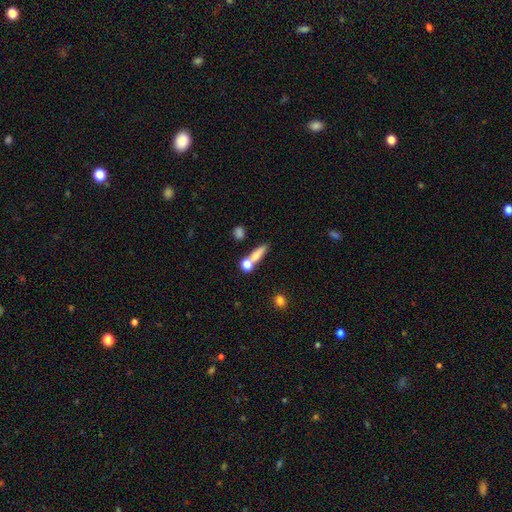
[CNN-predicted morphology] type=smooth (72%); roundness=cigar-shaped (45%); merging=none (49%).